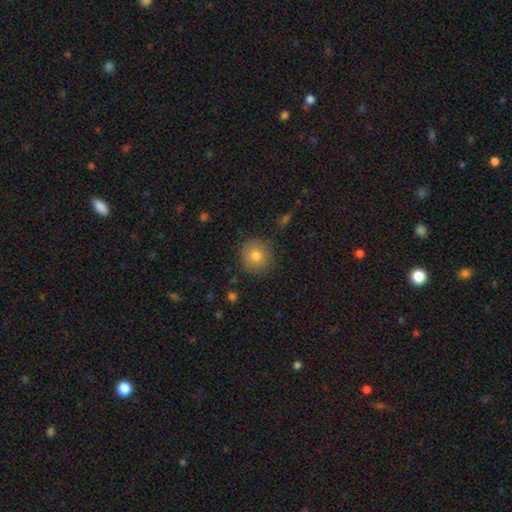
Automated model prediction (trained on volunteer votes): Smooth or featured: smooth — 79% (featured or disk — 11%)
How rounded: round — 91% (in between — 8%)
Merging: none — 86% (minor disturbance — 10%)